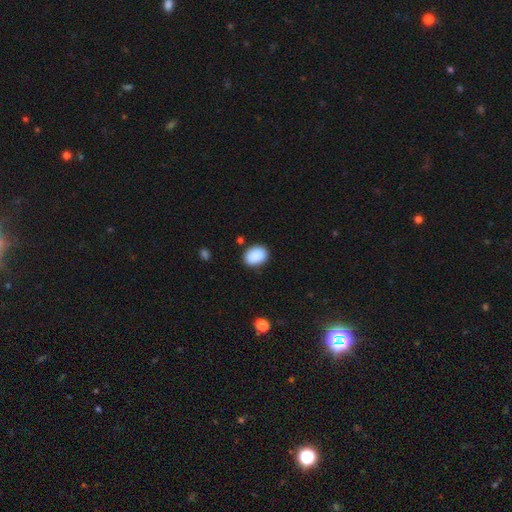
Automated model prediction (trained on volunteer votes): smooth_or_featured: smooth (p=0.90) [alt: star or artifact p=0.07]
how_rounded: in between (p=0.71) [alt: round p=0.28]
merging: none (p=0.84) [alt: minor disturbance p=0.11]